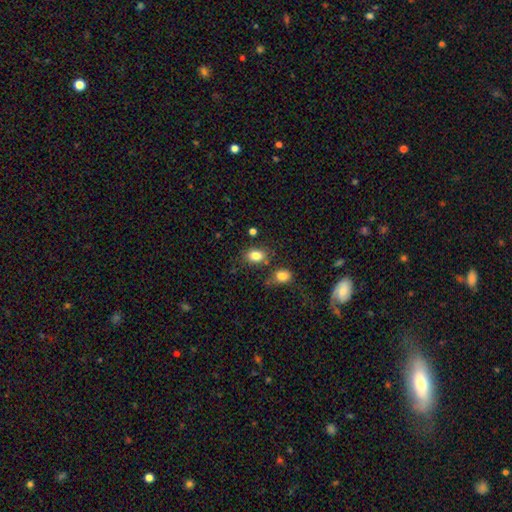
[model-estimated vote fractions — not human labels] Smooth or featured? smooth (84%)
How rounded? in between (79%)
Merging? none (73%)